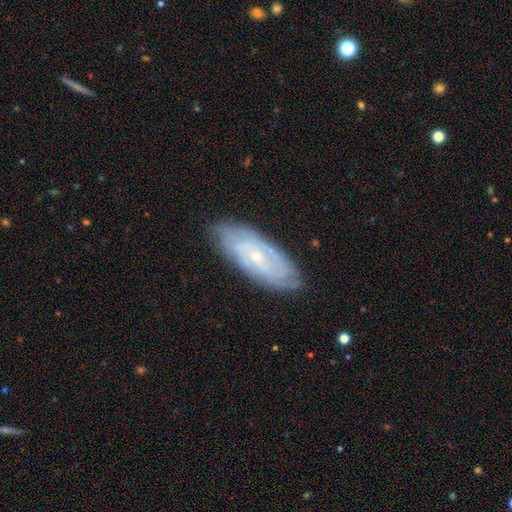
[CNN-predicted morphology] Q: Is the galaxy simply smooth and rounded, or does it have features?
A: featured or disk — 75%.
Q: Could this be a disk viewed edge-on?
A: no — 89%.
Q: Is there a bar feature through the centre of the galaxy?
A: no — 64%.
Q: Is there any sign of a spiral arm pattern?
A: yes — 89%.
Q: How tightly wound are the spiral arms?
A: tight — 67%.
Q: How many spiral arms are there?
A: can't tell — 50%.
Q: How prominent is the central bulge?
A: small — 76%.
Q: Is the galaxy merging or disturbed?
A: none — 79%.